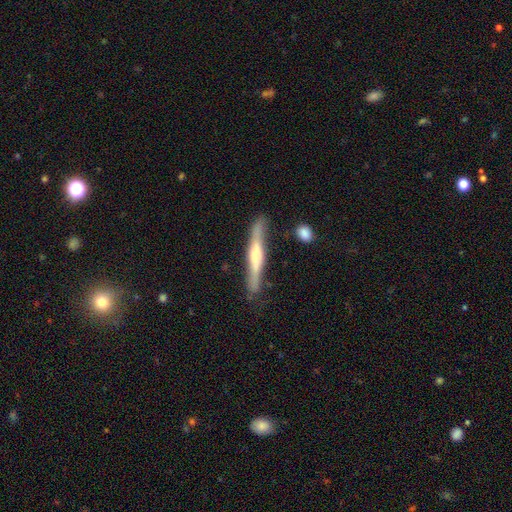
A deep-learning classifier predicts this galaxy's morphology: A featured or disk galaxy (59%) viewed edge-on (92%) with a boxy central bulge (41%).

Vote fractions:
- Smooth or featured? featured or disk: 59% / smooth: 36% / star or artifact: 5%
- Edge-on disk? yes: 92% / no: 8%
- Edge-on bulge? boxy: 41% / rounded: 39% / none: 20%
- Merging? none: 76% / minor disturbance: 16% / major disturbance: 4% / merger: 4%